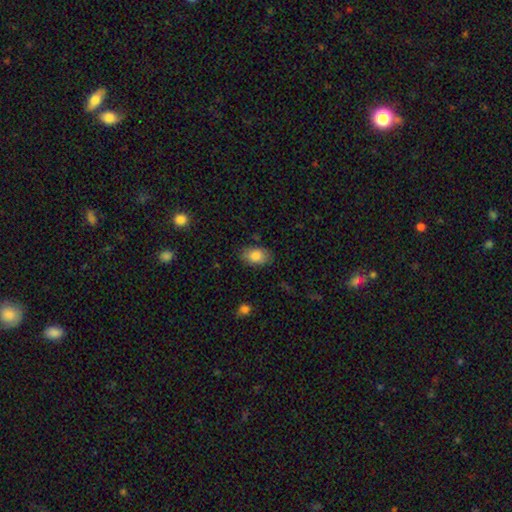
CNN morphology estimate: Smooth or featured: smooth — 84% (featured or disk — 9%)
How rounded: in between — 89% (round — 9%)
Merging: none — 83% (minor disturbance — 13%)